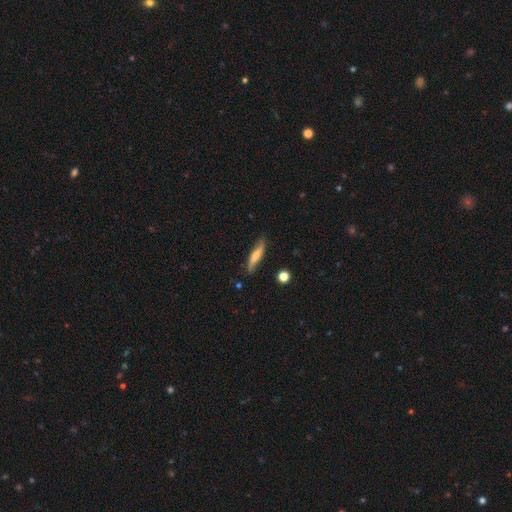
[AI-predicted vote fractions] The model was most divided on "smooth or featured": smooth: 59%, featured or disk: 34%, star or artifact: 7%. More confident: how rounded — cigar-shaped (78%); merging — none (74%).